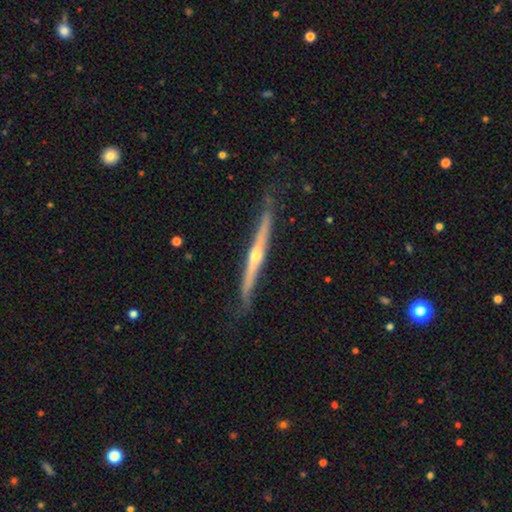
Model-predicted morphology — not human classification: This appears to be a featured or disk galaxy (80%) viewed edge-on (97%) with a rounded central bulge (80%). Merging: none (83%).